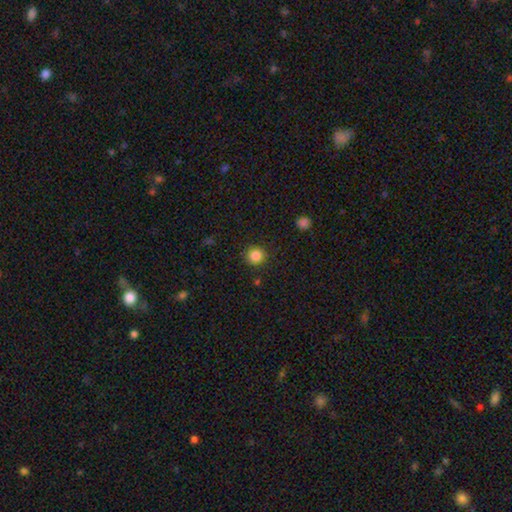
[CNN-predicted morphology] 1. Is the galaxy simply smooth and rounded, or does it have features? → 85% smooth, 11% star or artifact, 4% featured or disk.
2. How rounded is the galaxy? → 93% round, 6% in between, 1% cigar-shaped.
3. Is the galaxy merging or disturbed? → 91% none, 6% minor disturbance, 2% major disturbance, 1% merger.